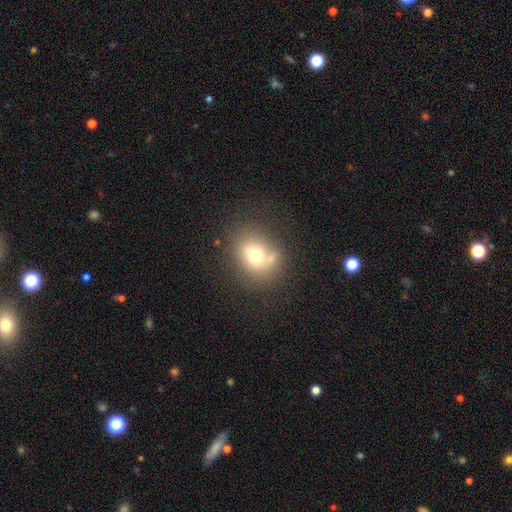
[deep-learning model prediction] The model was most divided on "how rounded": round: 62%, in between: 37%, cigar-shaped: 1%. More confident: smooth or featured — smooth (66%); merging — none (56%).